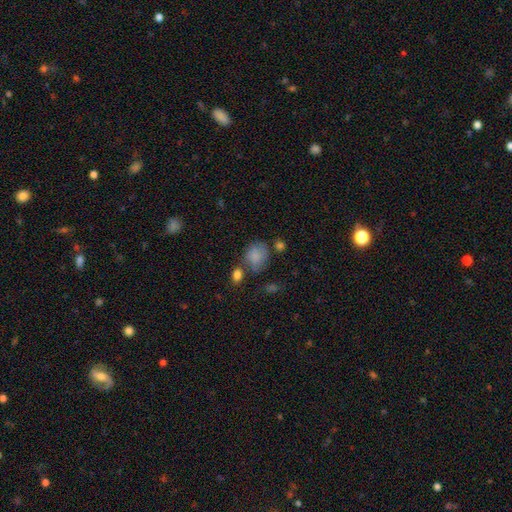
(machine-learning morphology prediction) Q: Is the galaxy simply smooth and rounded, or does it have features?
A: smooth — 79%.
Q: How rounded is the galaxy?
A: in between — 53%.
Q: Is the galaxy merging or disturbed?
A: none — 53%.